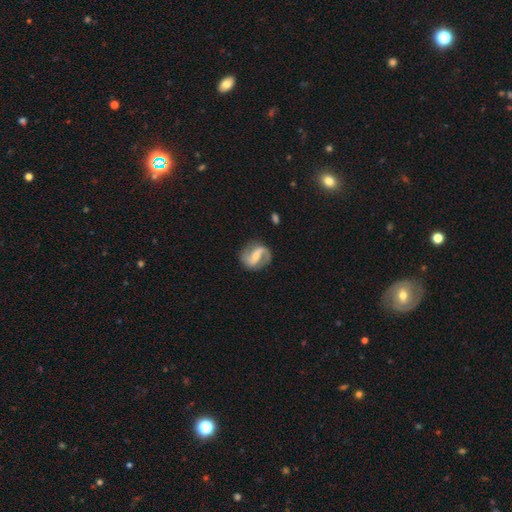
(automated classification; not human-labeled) A featured or disk galaxy (84%) with a weak bar (41%), 2 (87%) loose (43%) spiral arms (94%) and a small central bulge (52%).

Vote fractions:
- Smooth or featured? featured or disk: 84% / smooth: 11% / star or artifact: 5%
- Edge-on disk? no: 98% / yes: 2%
- Bar? weak: 41% / strong: 36% / no: 23%
- Spiral arms? yes: 94% / no: 6%
- Spiral winding? loose: 43% / medium: 42% / tight: 15%
- Spiral arm count? 2: 87% / 1: 7% / can't tell: 3% / 3: 1% / 4: 1% / more than 4: 1%
- Bulge size? small: 52% / moderate: 41% / none: 4% / large: 2% / dominant: 1%
- Merging? none: 77% / minor disturbance: 15% / major disturbance: 6% / merger: 2%